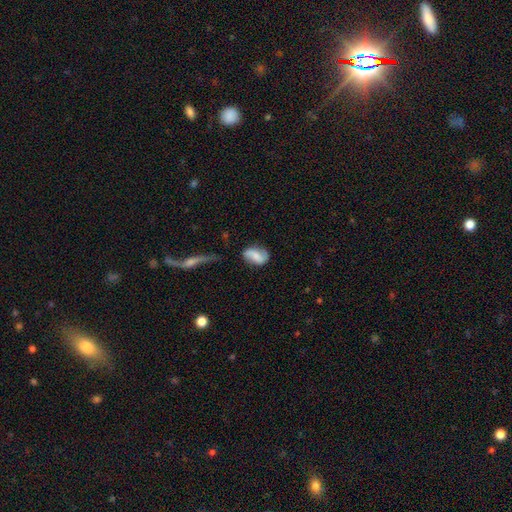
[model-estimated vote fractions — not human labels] A featured or disk galaxy (50%).

Vote fractions:
- Smooth or featured? featured or disk: 50% / smooth: 42% / star or artifact: 8%
- Merging? none: 67% / minor disturbance: 21% / major disturbance: 8% / merger: 4%